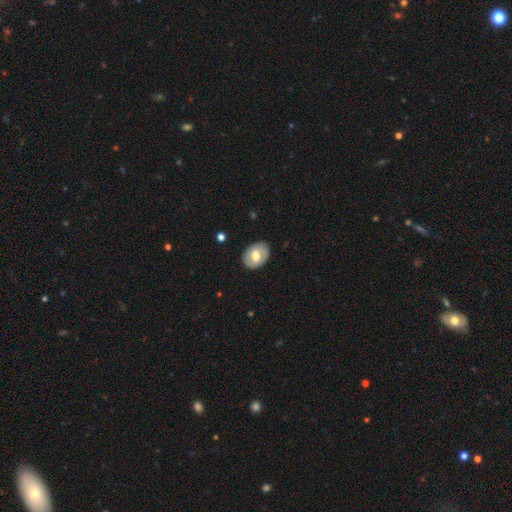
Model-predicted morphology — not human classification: Q: Smooth or featured?
A: smooth (60%); runner-up: featured or disk (34%)
Q: How rounded?
A: in between (72%); runner-up: round (27%)
Q: Merging?
A: none (86%); runner-up: minor disturbance (11%)